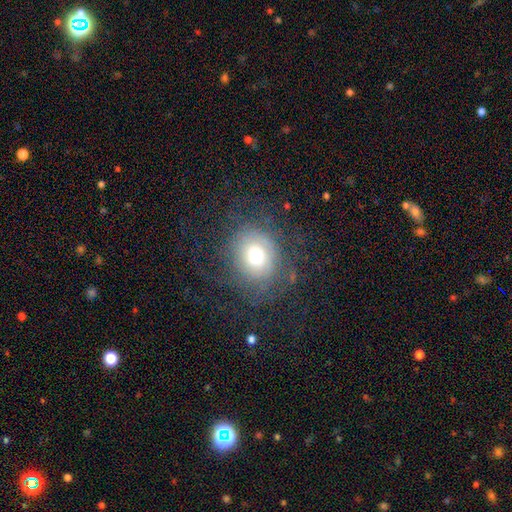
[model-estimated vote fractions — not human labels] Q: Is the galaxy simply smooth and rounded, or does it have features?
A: smooth — 47%.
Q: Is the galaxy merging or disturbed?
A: none — 69%.